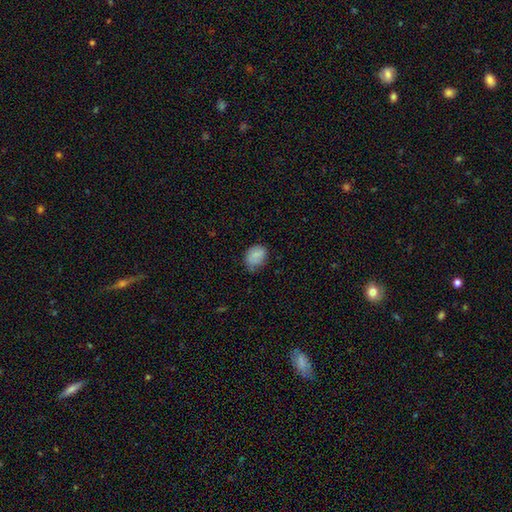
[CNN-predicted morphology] type=smooth (82%); roundness=in between (63%); merging=none (58%).